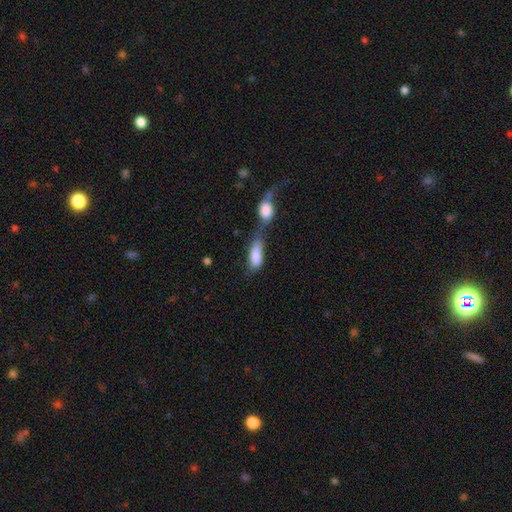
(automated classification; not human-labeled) Smooth or featured: smooth — 79% (featured or disk — 14%)
How rounded: in between — 78% (cigar-shaped — 18%)
Merging: merger — 63% (none — 16%)